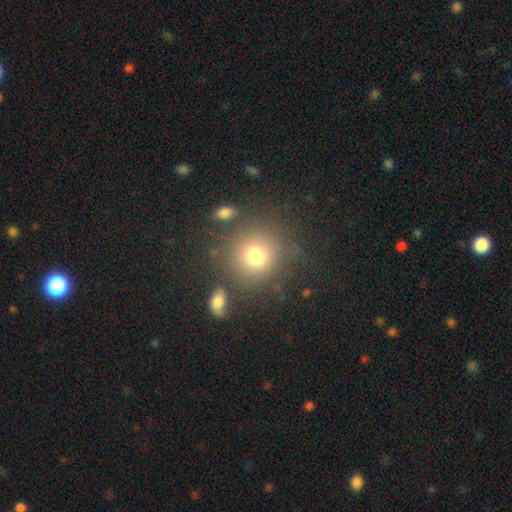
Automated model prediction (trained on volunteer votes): Overall: smooth (76%). How rounded: round (90%). Merging: none (77%).